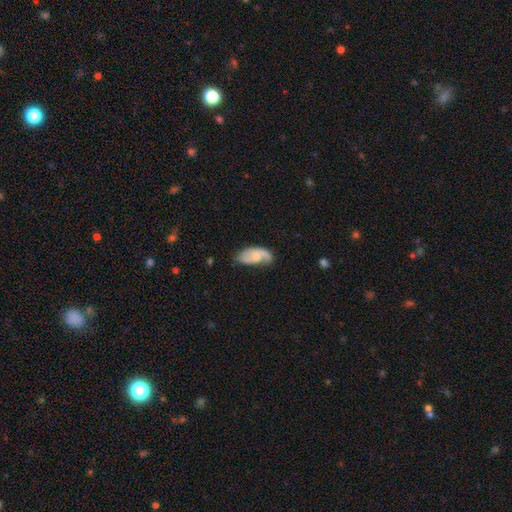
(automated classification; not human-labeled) featured or disk 59%, smooth 35%, star or artifact 6%. Down the decision tree: edge-on disk — no (94%); bar — no (67%); spiral arms — yes (87%); bulge size — small (41%); merging — none (53%).